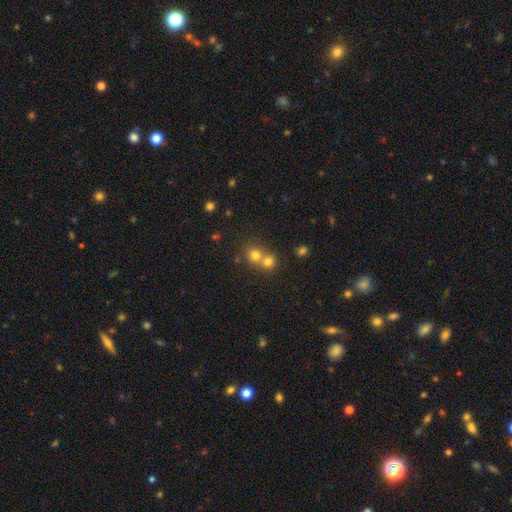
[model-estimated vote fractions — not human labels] Q: Smooth or featured?
A: smooth (75%); runner-up: star or artifact (15%)
Q: How rounded?
A: round (83%); runner-up: in between (16%)
Q: Merging?
A: merger (53%); runner-up: none (40%)